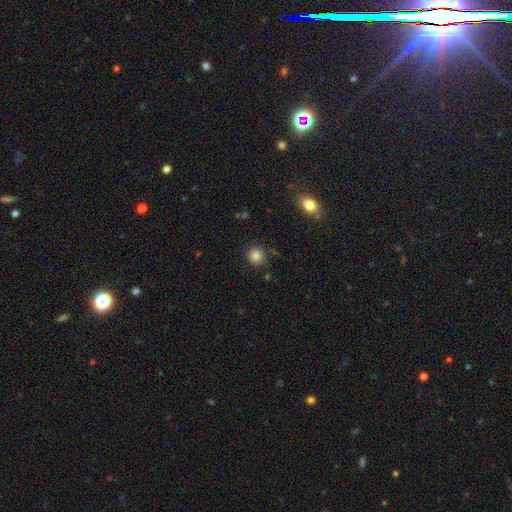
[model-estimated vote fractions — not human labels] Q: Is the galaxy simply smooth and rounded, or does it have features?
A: smooth — 85%.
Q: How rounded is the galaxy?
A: round — 89%.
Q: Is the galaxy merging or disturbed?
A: none — 85%.